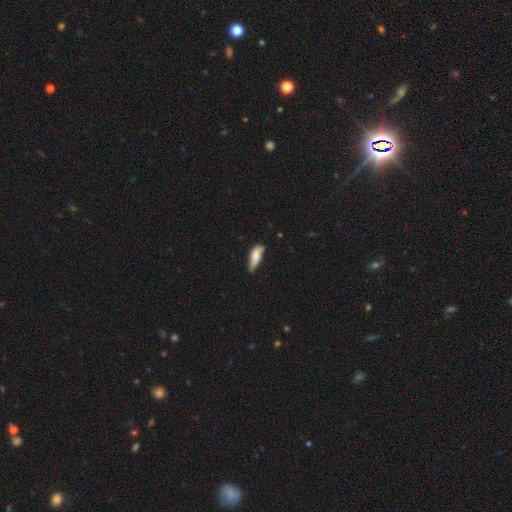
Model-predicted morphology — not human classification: This is likely a smooth galaxy (76%). How rounded: likely in between (61%). Merging: possibly none (52%).